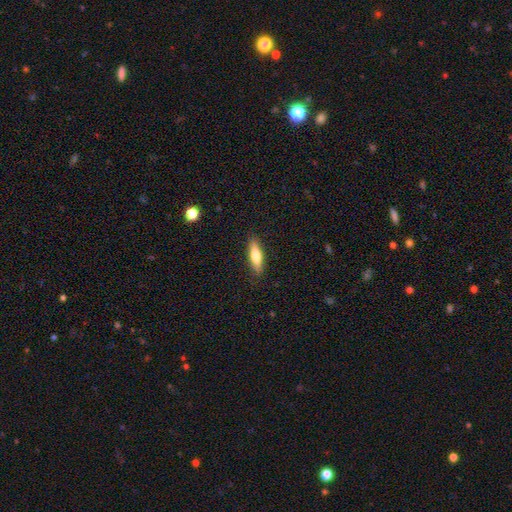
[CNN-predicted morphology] type=smooth (64%); roundness=cigar-shaped (63%); merging=none (88%).